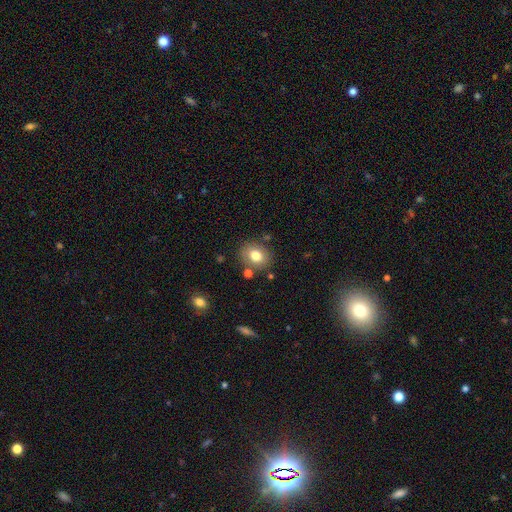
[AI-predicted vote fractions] The model was most divided on "how rounded": round: 58%, in between: 41%, cigar-shaped: 1%. More confident: merging — none (79%); smooth or featured — smooth (77%).